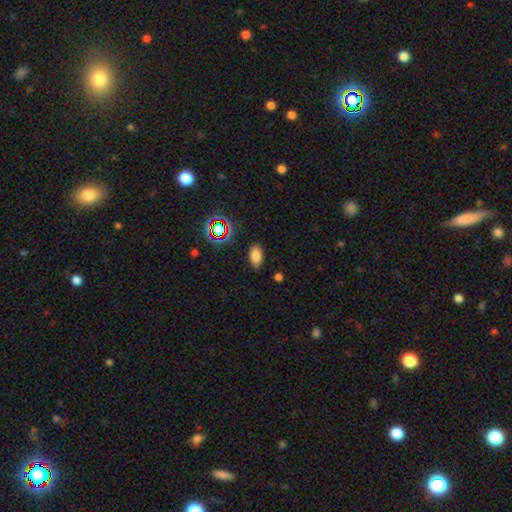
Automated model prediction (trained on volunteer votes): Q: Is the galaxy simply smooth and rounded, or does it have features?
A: smooth — 77%.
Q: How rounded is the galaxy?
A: in between — 92%.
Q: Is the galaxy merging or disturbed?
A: none — 84%.